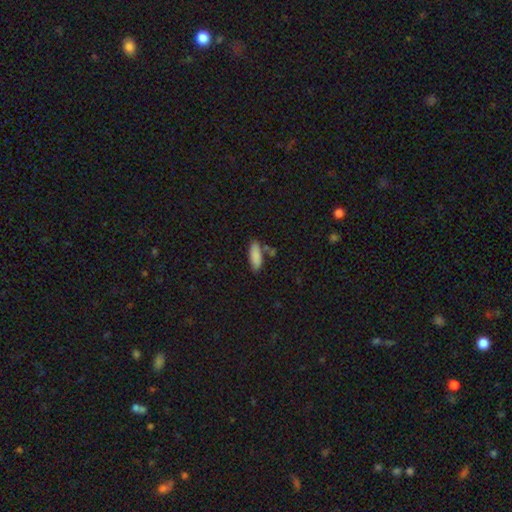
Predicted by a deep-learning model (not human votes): Smooth or featured: smooth — 87% (star or artifact — 7%)
How rounded: in between — 72% (cigar-shaped — 26%)
Merging: none — 71% (minor disturbance — 15%)